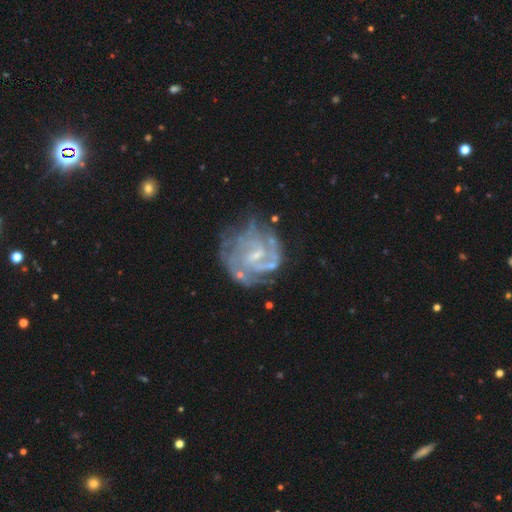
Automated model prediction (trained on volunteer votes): The model was most divided on "spiral arm count": can't tell: 40%, 2: 25%, 3: 17%, 4: 7%, 1: 6%, more than 4: 5%. More confident: edge-on disk — no (98%); spiral arms — yes (85%); smooth or featured — featured or disk (84%); bulge size — small (61%); merging — none (60%); bar — weak (56%); spiral winding — tight (53%).